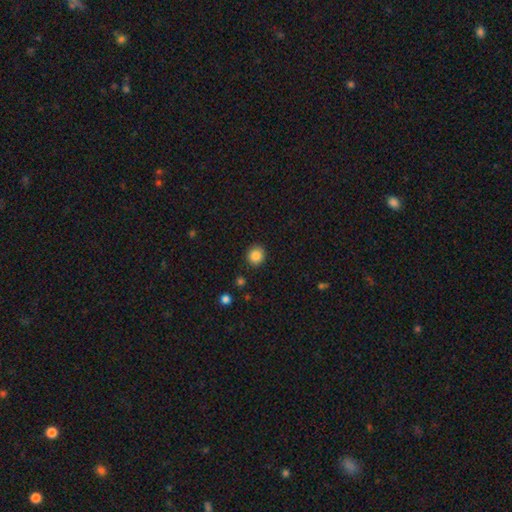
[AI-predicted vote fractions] Smooth or featured? Predicted: smooth (p=0.86). How rounded? Predicted: round (p=0.87). Merging? Predicted: none (p=0.90).